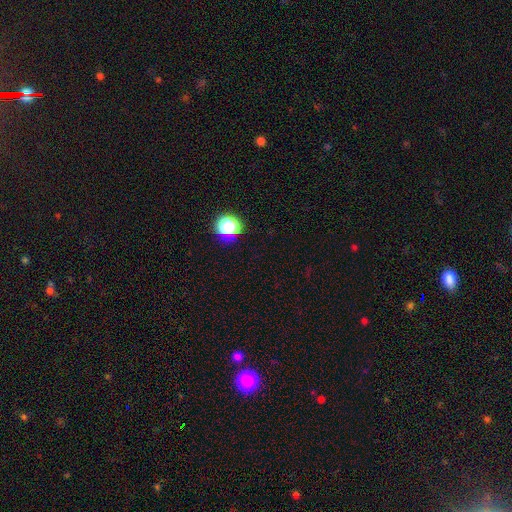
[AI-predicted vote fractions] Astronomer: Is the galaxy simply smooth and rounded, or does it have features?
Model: star or artifact — 59%.